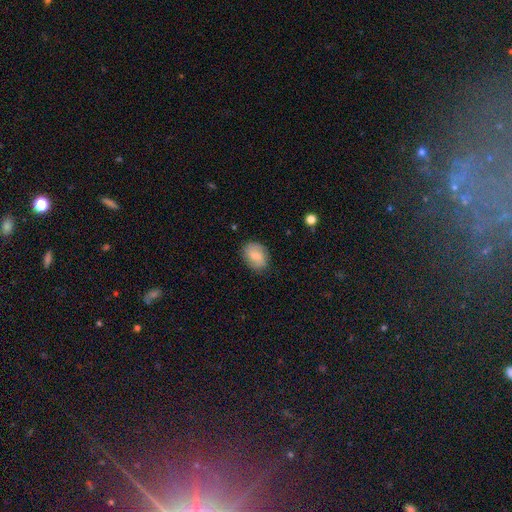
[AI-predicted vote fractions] This appears to be a smooth galaxy with no disk features (69%) that is in between round and cigar-shaped (65%). Merging: none (77%).